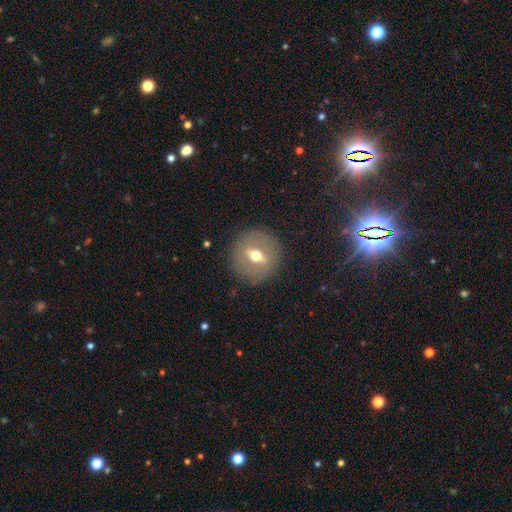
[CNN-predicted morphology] smooth-or-featured: featured or disk: 61% | smooth: 30% | star or artifact: 9%
  disk-edge-on: no: 67% | yes: 33%
  merging: none: 86% | minor disturbance: 8% | major disturbance: 4% | merger: 1%